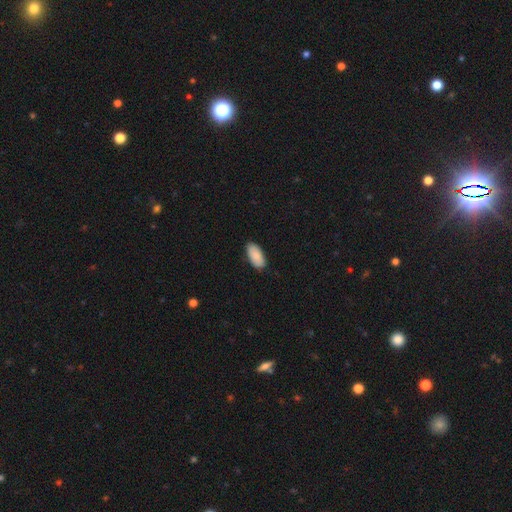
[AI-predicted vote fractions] Overall: smooth (88%). How rounded: in between (94%). Merging: none (85%).